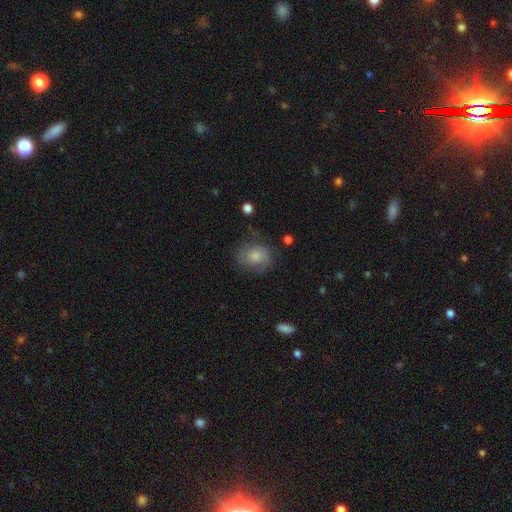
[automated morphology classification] A smooth galaxy with no disk features (65%) that is round (68%).

Vote fractions:
- Smooth or featured? smooth: 65% / featured or disk: 27% / star or artifact: 9%
- How rounded? round: 68% / in between: 31% / cigar-shaped: 1%
- Merging? none: 66% / minor disturbance: 22% / major disturbance: 10% / merger: 2%